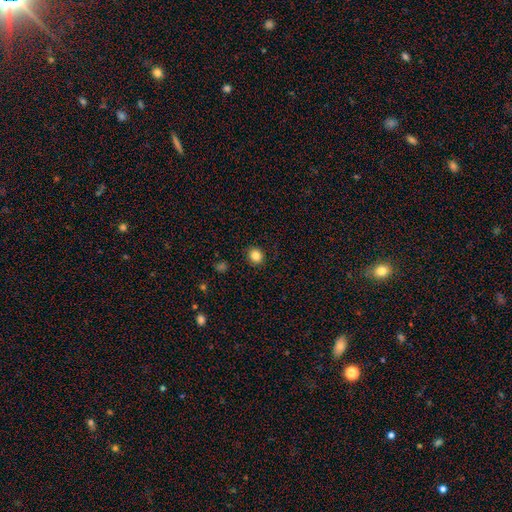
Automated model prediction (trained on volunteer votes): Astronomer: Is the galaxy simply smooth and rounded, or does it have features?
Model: smooth — 84%.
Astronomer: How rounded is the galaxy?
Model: round — 80%.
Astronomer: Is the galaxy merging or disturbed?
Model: none — 90%.